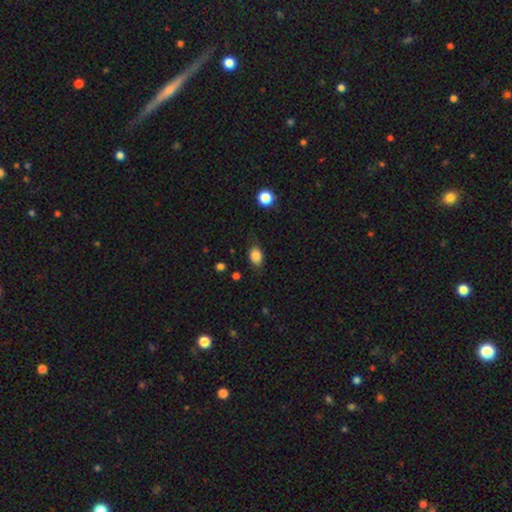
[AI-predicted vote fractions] Morphology: type=smooth (86%); roundness=in between (76%); merging=none (77%).